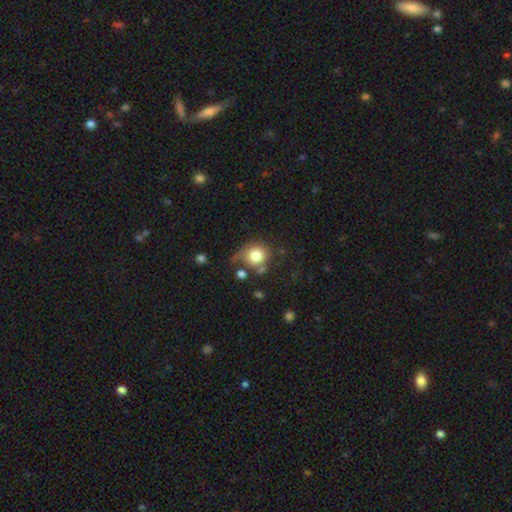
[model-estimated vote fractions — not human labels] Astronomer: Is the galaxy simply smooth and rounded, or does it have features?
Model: smooth — 79%.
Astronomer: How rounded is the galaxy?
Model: round — 85%.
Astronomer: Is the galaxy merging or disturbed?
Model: none — 52%.